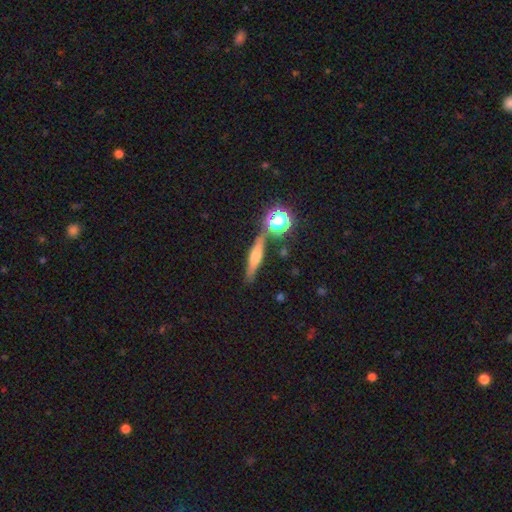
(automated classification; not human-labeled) A featured or disk galaxy (51%) viewed edge-on (93%). Merging: none (79%).